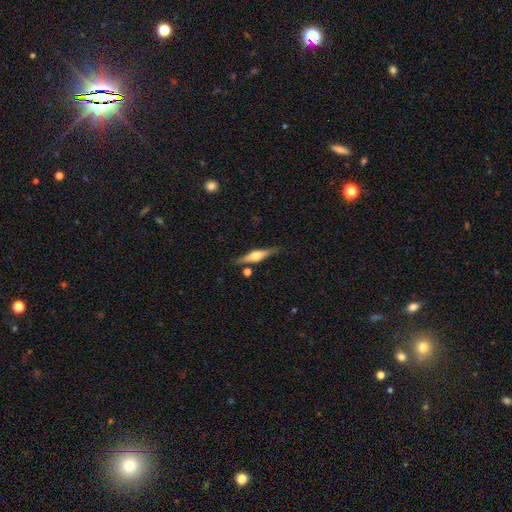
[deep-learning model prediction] featured or disk 64%, smooth 29%, star or artifact 6%. Down the decision tree: edge-on disk — yes (95%); edge-on bulge — rounded (88%); merging — none (80%).